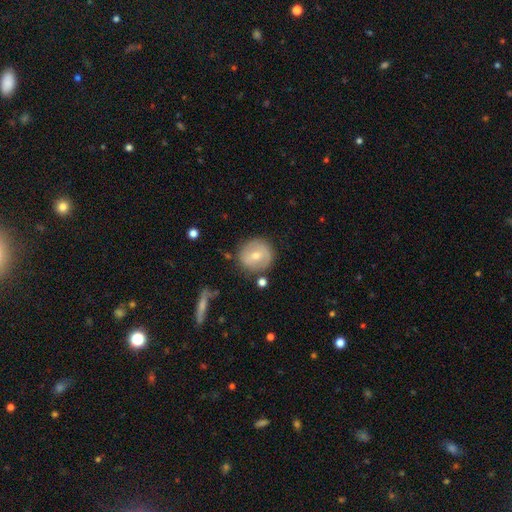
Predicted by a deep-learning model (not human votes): The model was most divided on "smooth or featured": smooth: 55%, featured or disk: 37%, star or artifact: 8%. More confident: how rounded — round (91%); merging — none (79%).